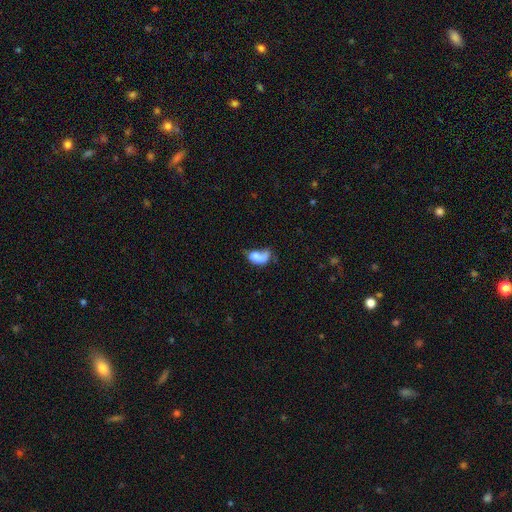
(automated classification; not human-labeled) Smooth or featured? Predicted: smooth (p=0.64). How rounded? Predicted: in between (p=0.85). Merging? Predicted: major disturbance (p=0.38).